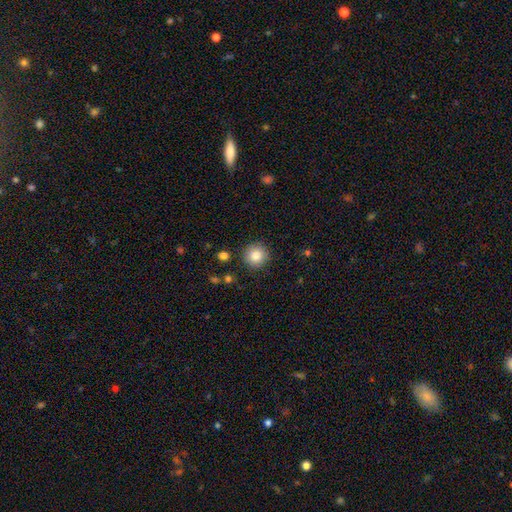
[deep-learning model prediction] smooth_or_featured: smooth (p=0.84) [alt: star or artifact p=0.09]
how_rounded: round (p=0.95) [alt: in between p=0.04]
merging: none (p=0.90) [alt: minor disturbance p=0.06]